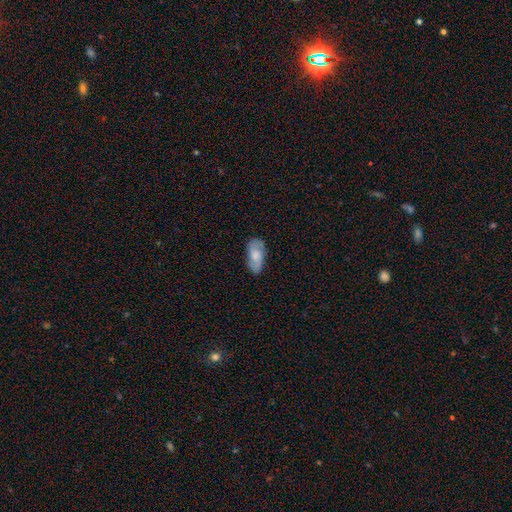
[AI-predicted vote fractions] Morphology: type=featured or disk (48%); merging=none (77%).